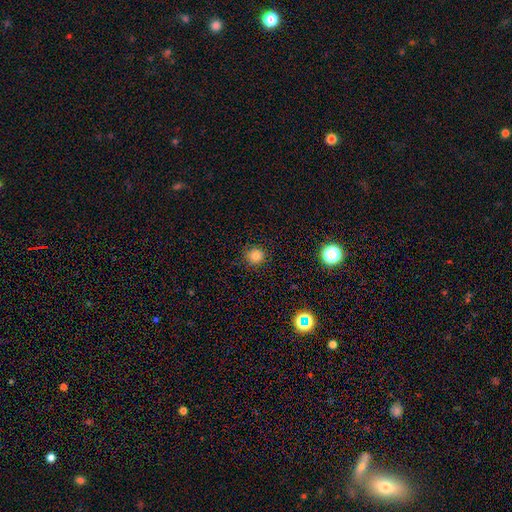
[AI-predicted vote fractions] This appears to be a smooth galaxy with no disk features (81%) that is round (92%). Merging: none (88%).